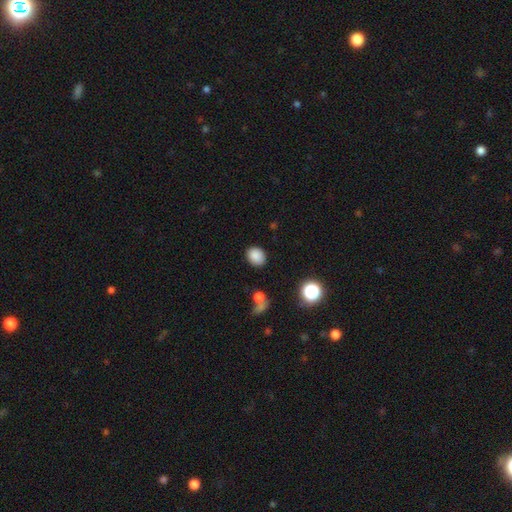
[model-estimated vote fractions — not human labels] Smooth or featured?
  - smooth: 85% *
  - star or artifact: 11%
  - featured or disk: 4%
How rounded?
  - round: 57% *
  - in between: 42%
  - cigar-shaped: 1%
Merging?
  - none: 85% *
  - minor disturbance: 10%
  - major disturbance: 3%
  - merger: 2%